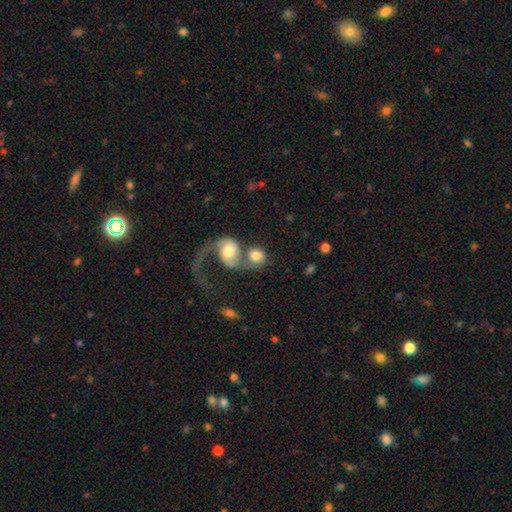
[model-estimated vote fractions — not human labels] smooth-or-featured: smooth: 59% | featured or disk: 34% | star or artifact: 7%
  how-rounded: round: 69% | in between: 30% | cigar-shaped: 2%
  merging: merger: 64% | none: 19% | major disturbance: 11% | minor disturbance: 6%